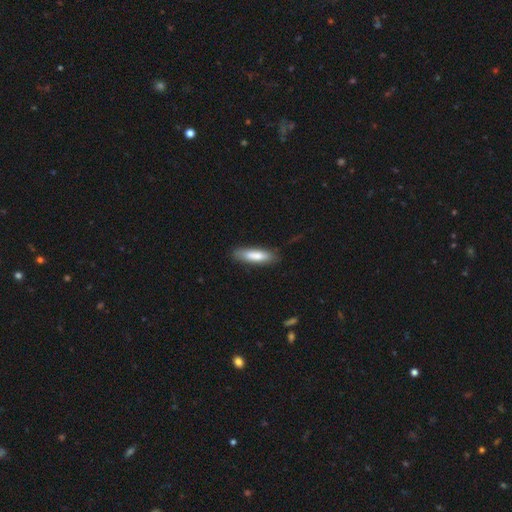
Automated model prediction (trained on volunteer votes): Smooth or featured? Predicted: smooth (p=0.79). How rounded? Predicted: cigar-shaped (p=0.67). Merging? Predicted: none (p=0.80).